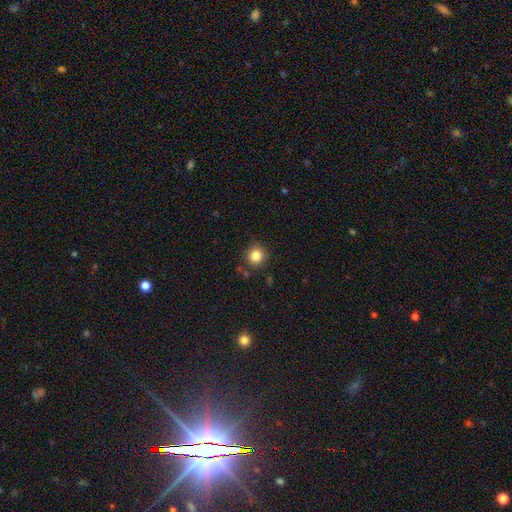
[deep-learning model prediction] smooth-or-featured: smooth: 84% | star or artifact: 11% | featured or disk: 5%
  how-rounded: round: 92% | in between: 7% | cigar-shaped: 1%
  merging: none: 86% | minor disturbance: 9% | merger: 3% | major disturbance: 3%